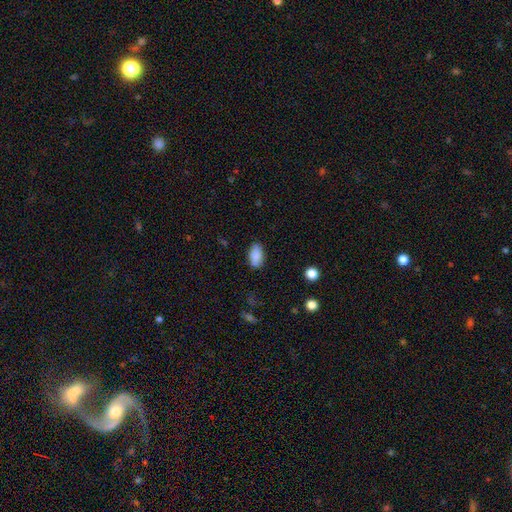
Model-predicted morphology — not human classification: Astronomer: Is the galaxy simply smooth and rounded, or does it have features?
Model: smooth — 87%.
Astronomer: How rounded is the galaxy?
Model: in between — 92%.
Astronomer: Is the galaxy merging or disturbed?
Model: none — 85%.